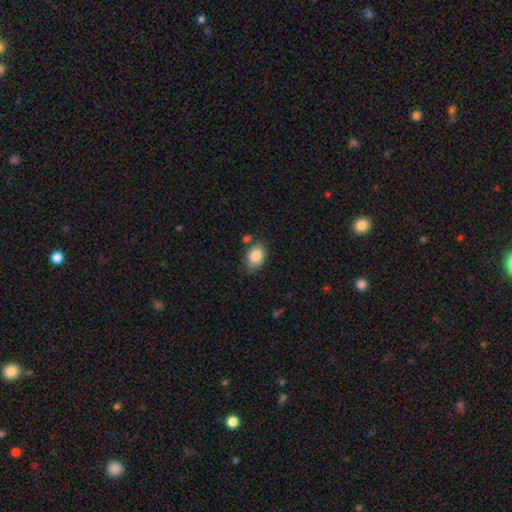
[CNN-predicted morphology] This is clearly a smooth galaxy (86%). How rounded: clearly in between (83%). Merging: likely none (73%).